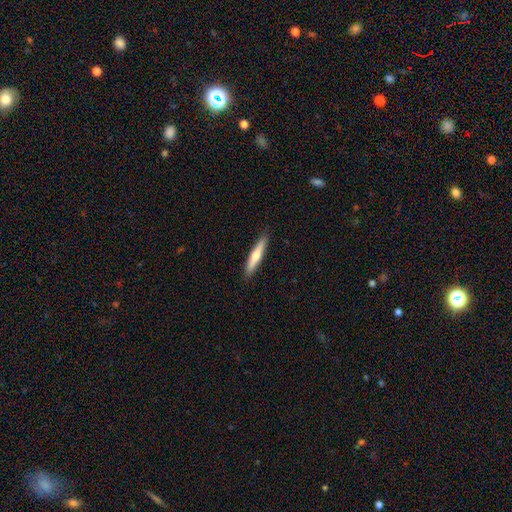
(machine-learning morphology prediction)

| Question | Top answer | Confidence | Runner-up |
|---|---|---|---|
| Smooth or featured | smooth | 56% | featured or disk (38%) |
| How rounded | cigar-shaped | 91% | in between (7%) |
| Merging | none | 90% | minor disturbance (8%) |